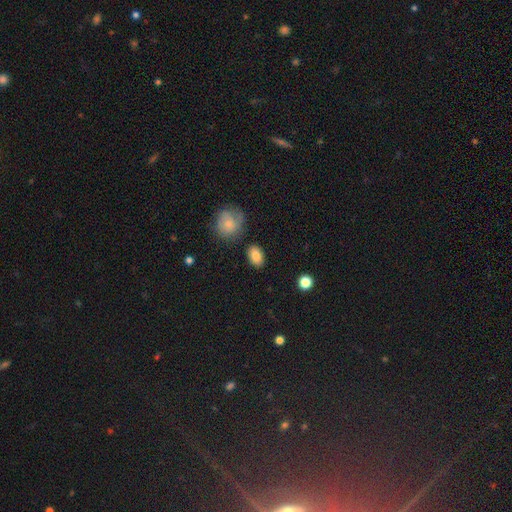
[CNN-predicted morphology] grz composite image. It shows a smooth galaxy with no disk features (85%) that is in between round and cigar-shaped (83%). Merging: none (83%).